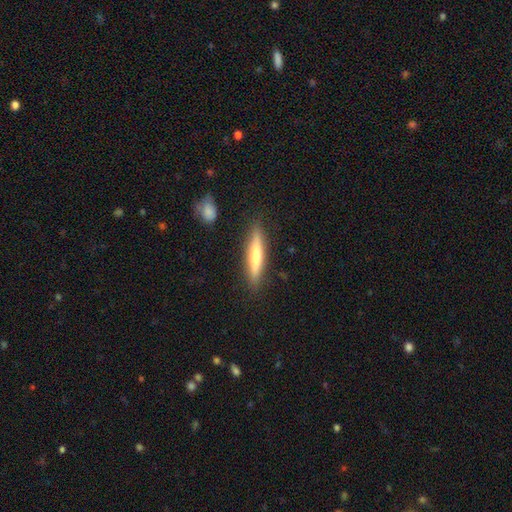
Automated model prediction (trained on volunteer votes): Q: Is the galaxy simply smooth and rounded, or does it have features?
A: smooth — 56%.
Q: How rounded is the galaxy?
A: cigar-shaped — 88%.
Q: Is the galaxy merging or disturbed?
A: none — 86%.